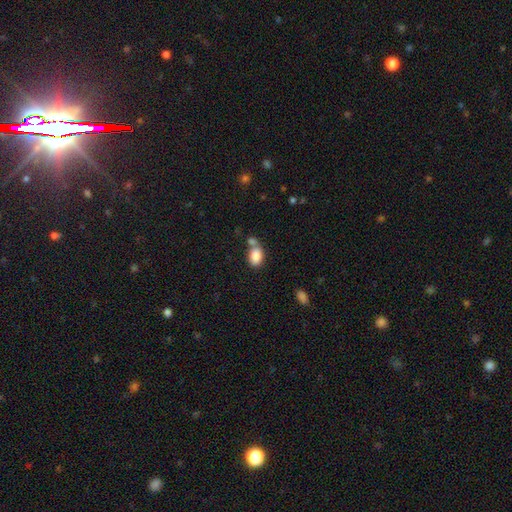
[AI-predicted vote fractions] Q: Smooth or featured?
A: smooth (86%); runner-up: star or artifact (8%)
Q: How rounded?
A: in between (85%); runner-up: round (14%)
Q: Merging?
A: none (48%); runner-up: merger (34%)